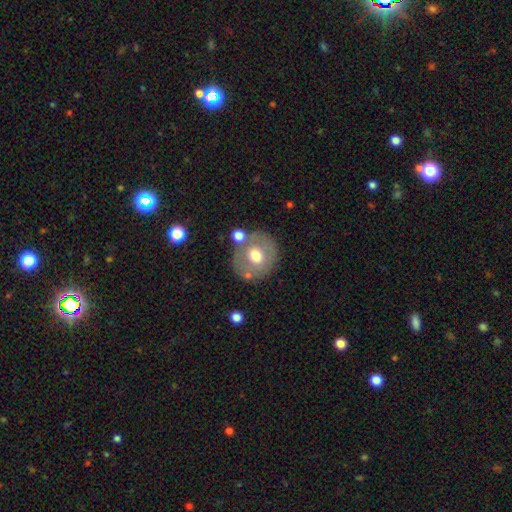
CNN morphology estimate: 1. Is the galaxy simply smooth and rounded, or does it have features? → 57% smooth, 34% featured or disk, 8% star or artifact.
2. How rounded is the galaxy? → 84% round, 15% in between, 1% cigar-shaped.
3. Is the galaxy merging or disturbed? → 70% none, 14% minor disturbance, 10% merger, 6% major disturbance.